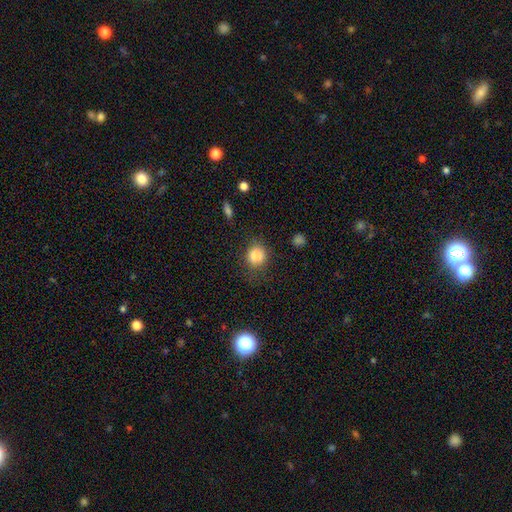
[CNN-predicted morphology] type=smooth (81%); roundness=round (72%); merging=none (64%).